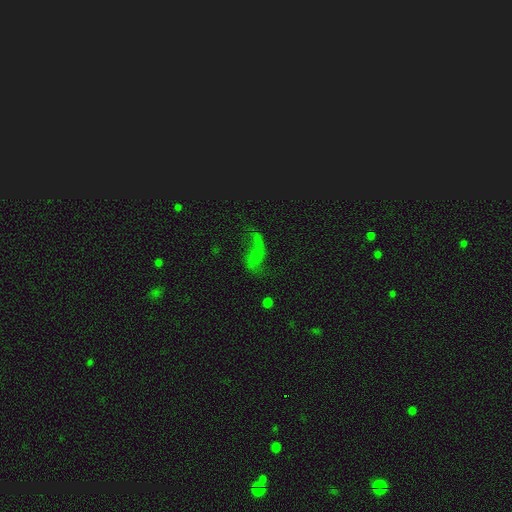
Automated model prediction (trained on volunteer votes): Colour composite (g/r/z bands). It shows a featured or disk galaxy (48%). Merging: none (39%).